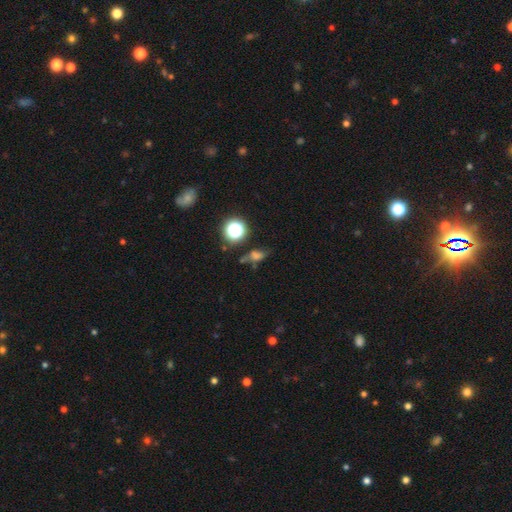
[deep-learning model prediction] This is marginally a smooth galaxy (43%). Merging: likely none (63%).